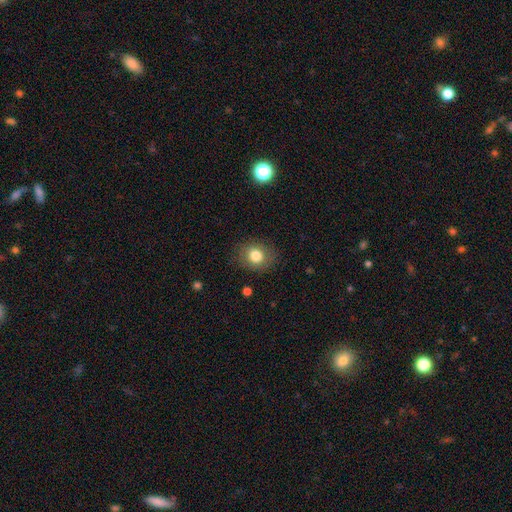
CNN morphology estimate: smooth_or_featured: smooth (p=0.81) [alt: star or artifact p=0.10]
how_rounded: round (p=0.63) [alt: in between p=0.36]
merging: none (p=0.82) [alt: minor disturbance p=0.13]